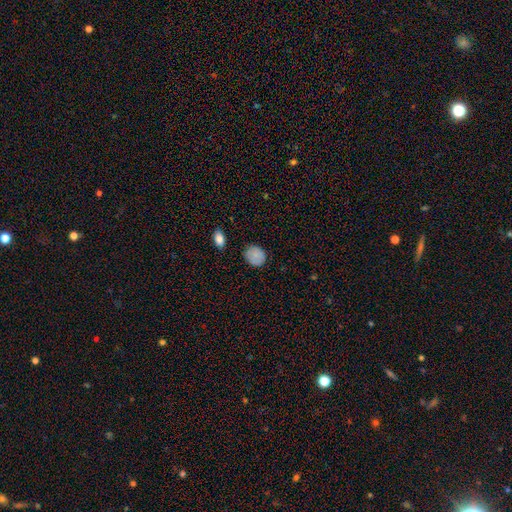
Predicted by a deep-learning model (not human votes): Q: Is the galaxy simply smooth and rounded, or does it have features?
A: smooth — 84%.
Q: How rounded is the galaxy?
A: round — 71%.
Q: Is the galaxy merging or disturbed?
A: none — 80%.